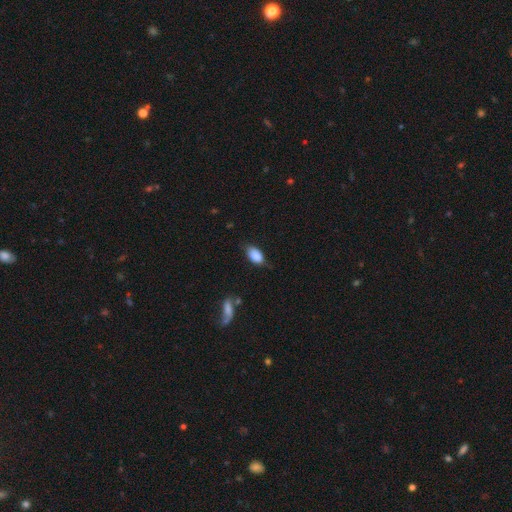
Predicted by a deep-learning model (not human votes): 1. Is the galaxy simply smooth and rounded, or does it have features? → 86% smooth, 7% featured or disk, 7% star or artifact.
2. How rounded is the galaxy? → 92% in between, 5% round, 3% cigar-shaped.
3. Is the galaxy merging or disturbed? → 65% none, 27% minor disturbance, 6% major disturbance, 2% merger.